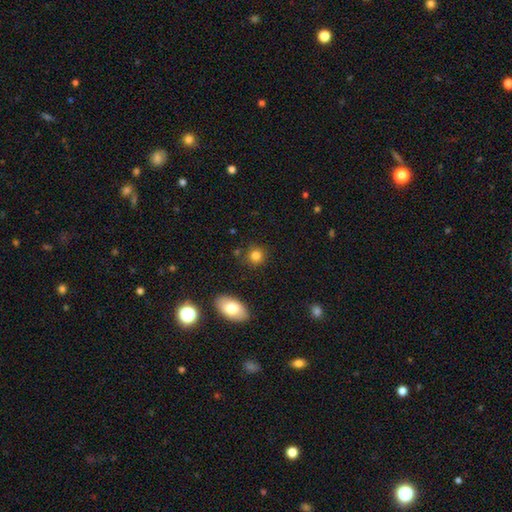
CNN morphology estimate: Overall: smooth (82%). How rounded: round (84%). Merging: none (82%).